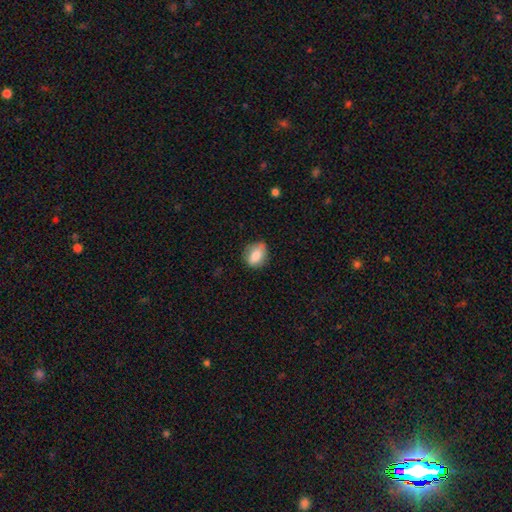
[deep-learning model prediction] Q: Smooth or featured?
A: smooth (81%); runner-up: featured or disk (11%)
Q: How rounded?
A: in between (67%); runner-up: round (32%)
Q: Merging?
A: none (70%); runner-up: minor disturbance (23%)